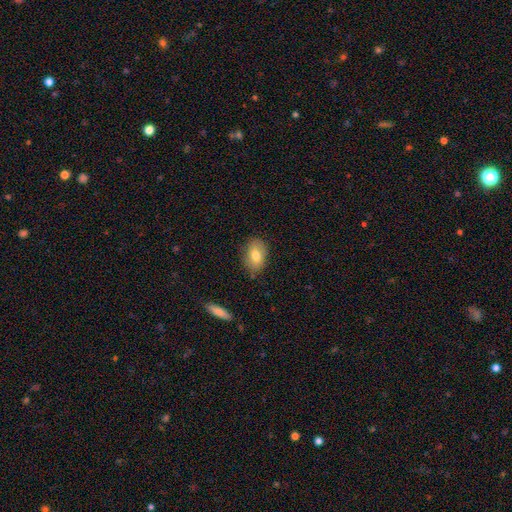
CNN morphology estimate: This is likely a smooth galaxy (76%). How rounded: clearly in between (87%). Merging: likely none (79%).